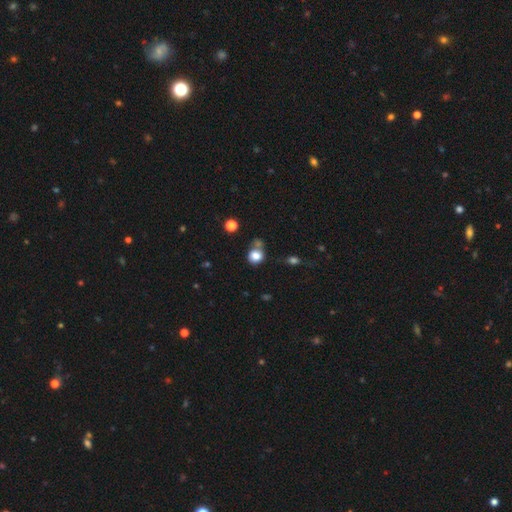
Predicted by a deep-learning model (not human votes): smooth 82%, star or artifact 11%, featured or disk 7%. Down the decision tree: how rounded — round (74%); merging — none (53%).